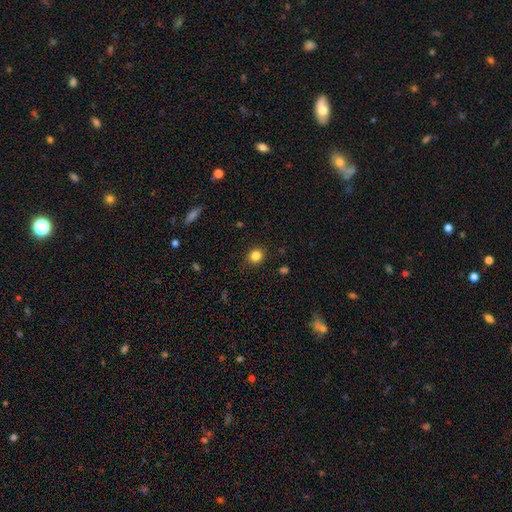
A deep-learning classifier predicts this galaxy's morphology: smooth 84%, star or artifact 11%, featured or disk 4%. Down the decision tree: how rounded — round (80%); merging — none (89%).